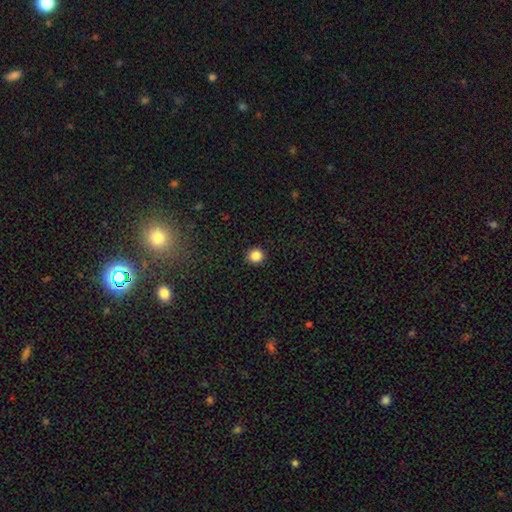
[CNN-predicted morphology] This is clearly a smooth galaxy (86%). How rounded: clearly round (93%). Merging: clearly none (92%).